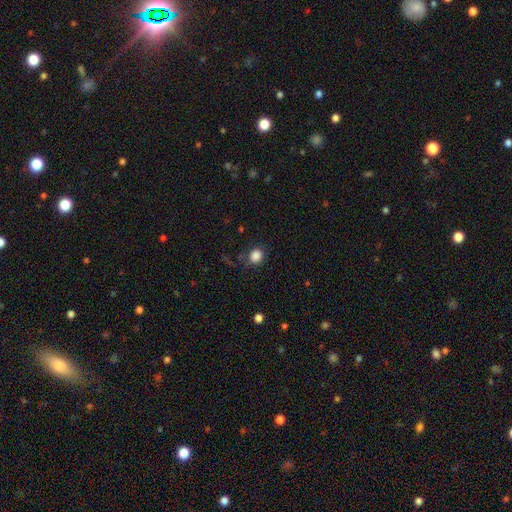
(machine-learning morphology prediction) A smooth galaxy with no disk features (86%) that is round (66%).

Vote fractions:
- Smooth or featured? smooth: 86% / star or artifact: 10% / featured or disk: 4%
- How rounded? round: 66% / in between: 33% / cigar-shaped: 1%
- Merging? none: 77% / minor disturbance: 15% / major disturbance: 5% / merger: 2%